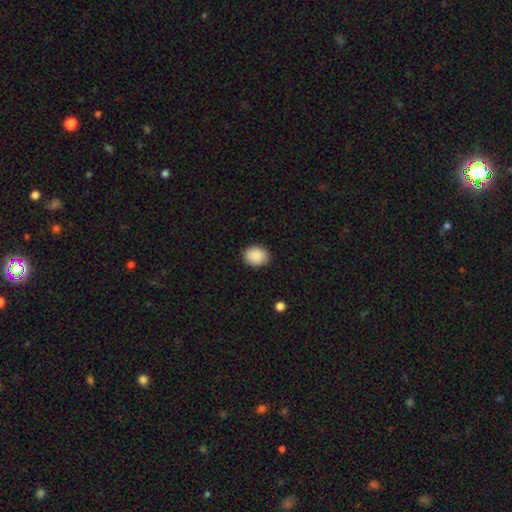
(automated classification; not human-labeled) smooth-or-featured: smooth: 90% | star or artifact: 7% | featured or disk: 3%
  how-rounded: round: 54% | in between: 46% | cigar-shaped: 1%
  merging: none: 88% | minor disturbance: 9% | major disturbance: 2% | merger: 1%